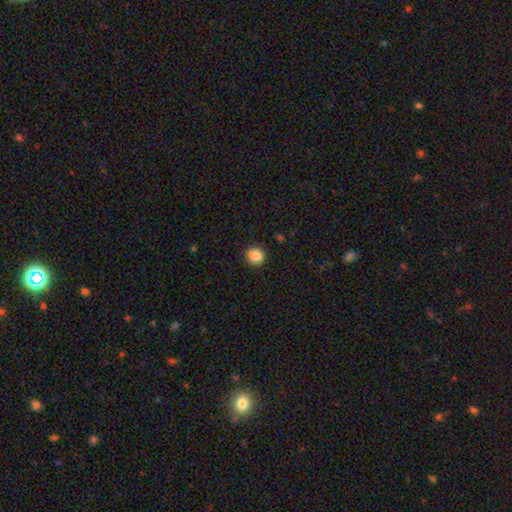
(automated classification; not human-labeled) smooth 86%, star or artifact 10%, featured or disk 4%. Down the decision tree: how rounded — round (90%); merging — none (90%).